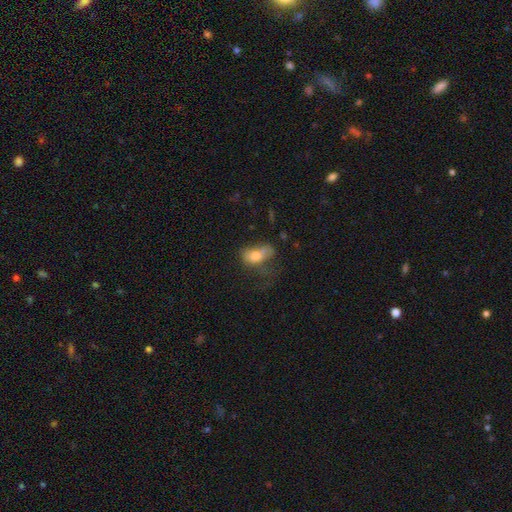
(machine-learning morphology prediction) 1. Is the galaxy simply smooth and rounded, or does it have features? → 68% smooth, 22% featured or disk, 10% star or artifact.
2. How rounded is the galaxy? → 85% in between, 11% round, 4% cigar-shaped.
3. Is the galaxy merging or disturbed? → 39% major disturbance, 26% none, 25% minor disturbance, 10% merger.